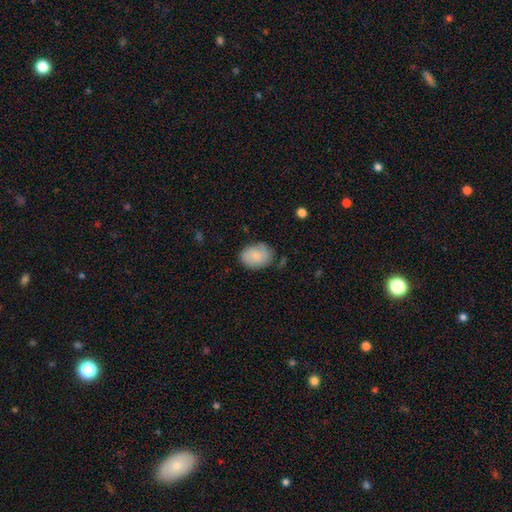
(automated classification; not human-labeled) Overall: smooth (83%). How rounded: in between (72%). Merging: none (74%).